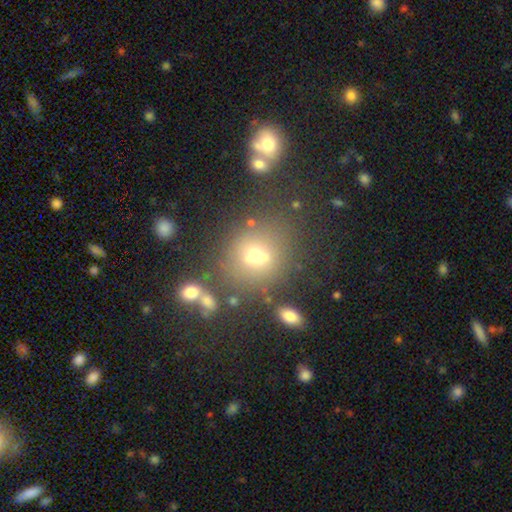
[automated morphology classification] This is possibly a smooth galaxy (59%). How rounded: likely round (73%). Merging: possibly none (59%).